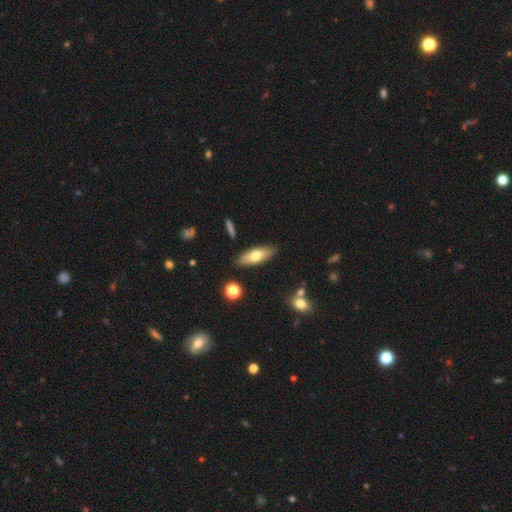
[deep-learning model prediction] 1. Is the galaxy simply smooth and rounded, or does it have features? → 66% smooth, 27% featured or disk, 7% star or artifact.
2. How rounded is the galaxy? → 64% in between, 34% cigar-shaped, 3% round.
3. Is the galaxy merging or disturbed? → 85% none, 10% minor disturbance, 3% merger, 2% major disturbance.